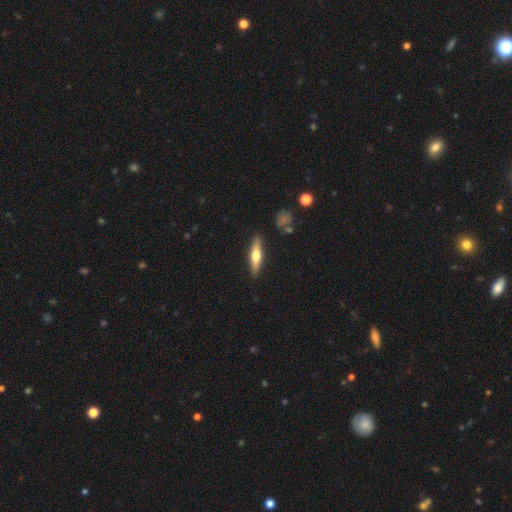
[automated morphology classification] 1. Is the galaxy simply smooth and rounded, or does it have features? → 49% featured or disk, 46% smooth, 6% star or artifact.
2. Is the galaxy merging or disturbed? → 88% none, 9% minor disturbance, 2% major disturbance, 2% merger.